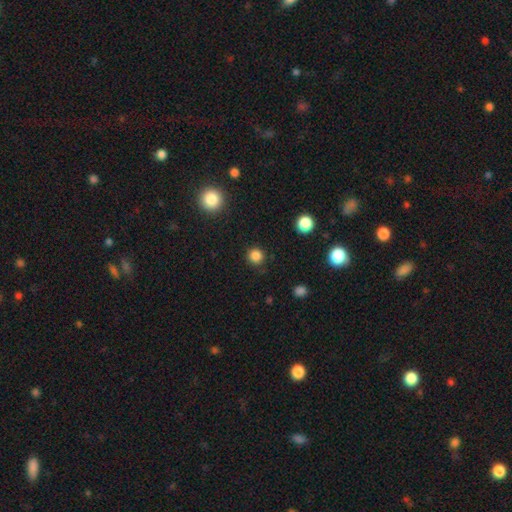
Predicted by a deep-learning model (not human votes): smooth-or-featured: smooth: 84% | star or artifact: 13% | featured or disk: 3%
  how-rounded: round: 94% | in between: 5% | cigar-shaped: 1%
  merging: none: 89% | minor disturbance: 7% | major disturbance: 3% | merger: 1%